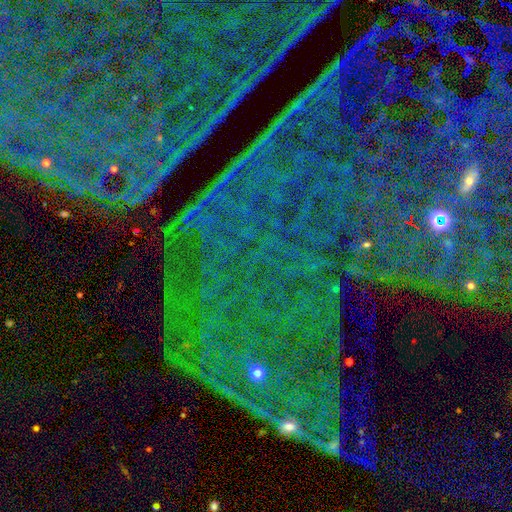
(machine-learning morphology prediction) Smooth or featured? Predicted: star or artifact (p=0.86).